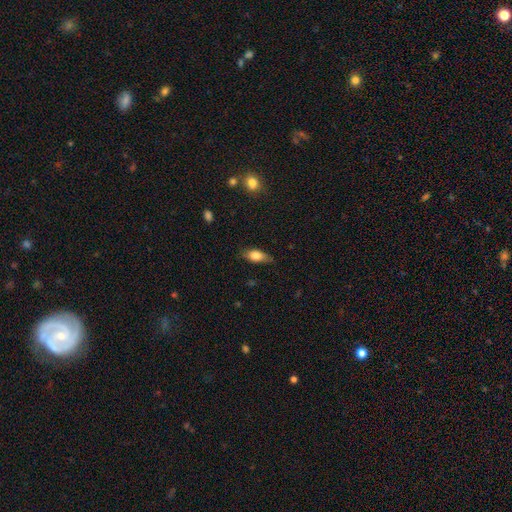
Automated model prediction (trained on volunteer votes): This is likely a smooth galaxy (75%). How rounded: likely in between (78%). Merging: likely none (76%).